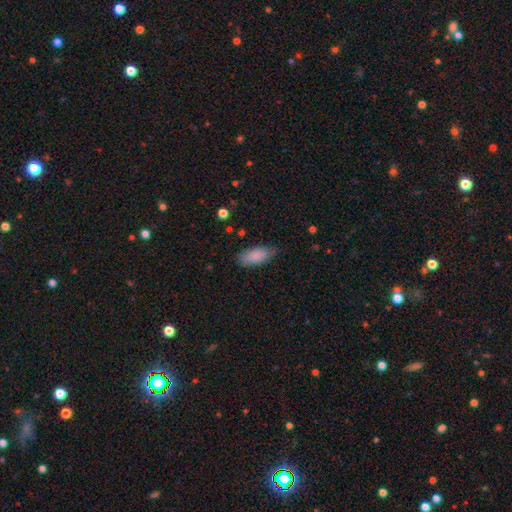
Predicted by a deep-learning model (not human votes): Q: Smooth or featured?
A: smooth (85%); runner-up: featured or disk (8%)
Q: How rounded?
A: in between (87%); runner-up: cigar-shaped (11%)
Q: Merging?
A: none (76%); runner-up: minor disturbance (19%)